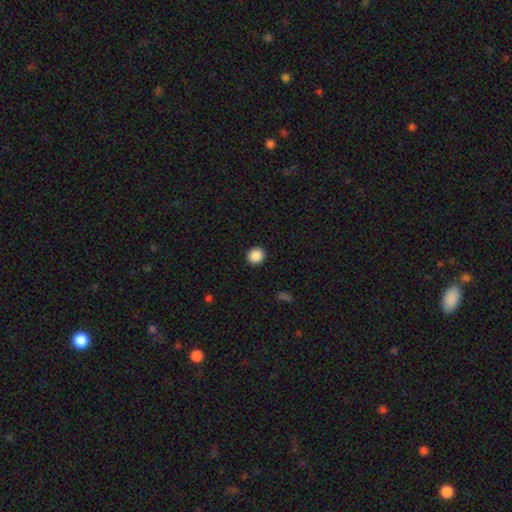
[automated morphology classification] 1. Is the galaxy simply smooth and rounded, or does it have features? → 88% smooth, 9% star or artifact, 3% featured or disk.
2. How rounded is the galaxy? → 91% round, 8% in between, 1% cigar-shaped.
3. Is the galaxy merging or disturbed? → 93% none, 5% minor disturbance, 2% major disturbance, 1% merger.